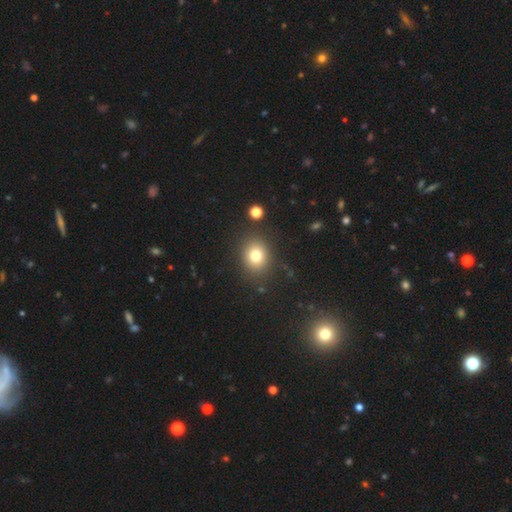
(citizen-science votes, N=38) This appears to be a smooth galaxy with no disk features (89%) that is round (82%). Merging: none (89%).